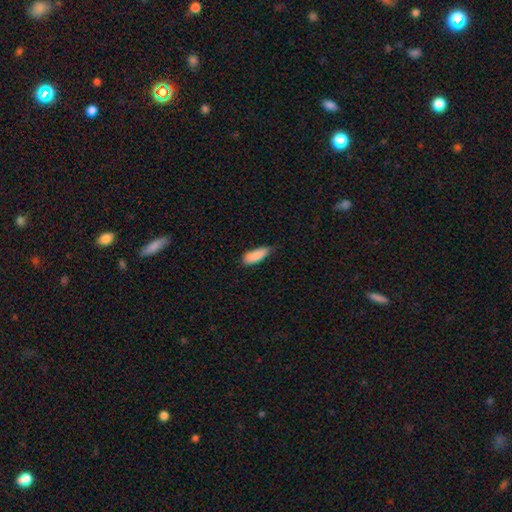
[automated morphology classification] This is clearly a smooth galaxy (86%). How rounded: likely in between (69%). Merging: possibly none (59%).